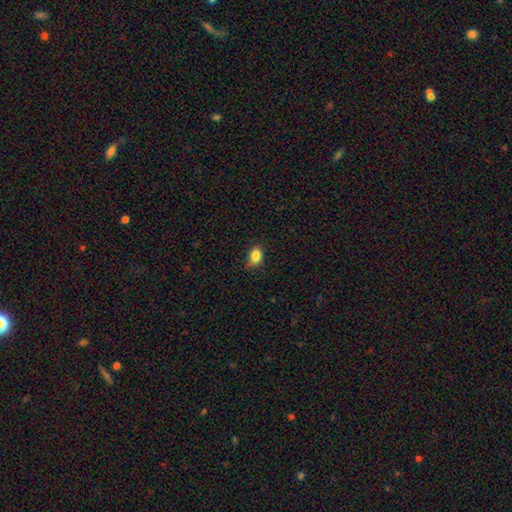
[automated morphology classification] type=smooth (85%); roundness=in between (71%); merging=none (72%).